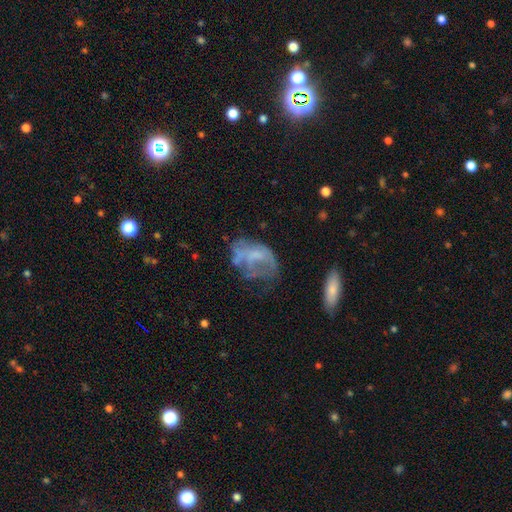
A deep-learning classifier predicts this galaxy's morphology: Smooth or featured? featured or disk (54%)
Edge-on disk? no (96%)
Bar? no (75%)
Spiral arms? no (74%)
Bulge size? none (52%)
Merging? major disturbance (36%)